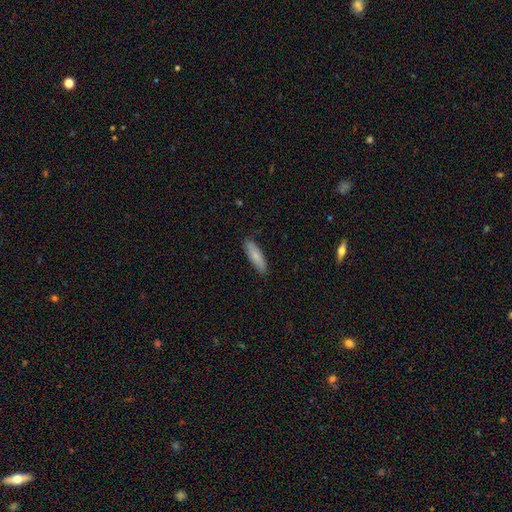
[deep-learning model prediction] This appears to be a smooth galaxy with no disk features (80%) that is cigar-shaped (56%). Merging: none (85%).